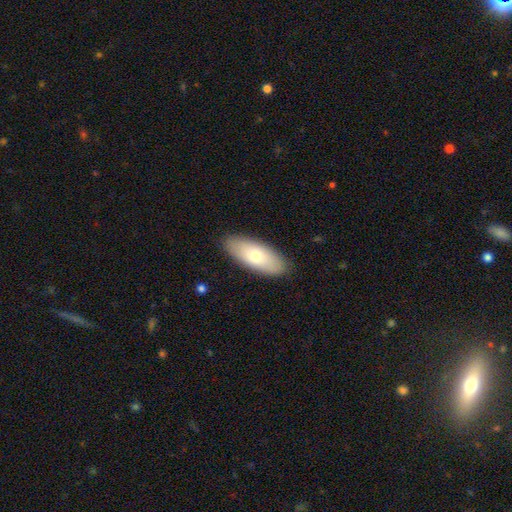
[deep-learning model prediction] Smooth or featured? Predicted: smooth (p=0.70). How rounded? Predicted: in between (p=0.81). Merging? Predicted: none (p=0.88).